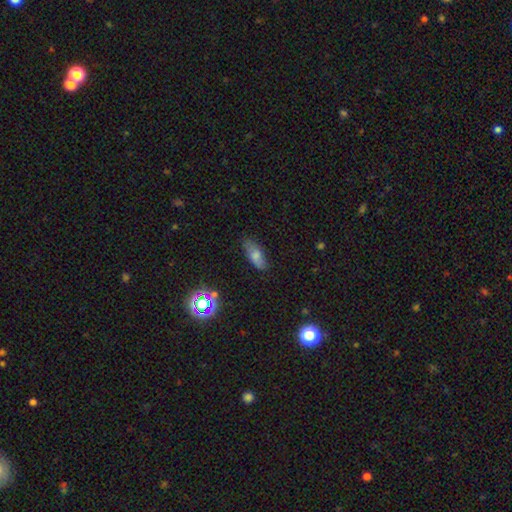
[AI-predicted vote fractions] This appears to be a smooth galaxy with no disk features (72%) that is in between round and cigar-shaped (75%). Merging: none (75%).